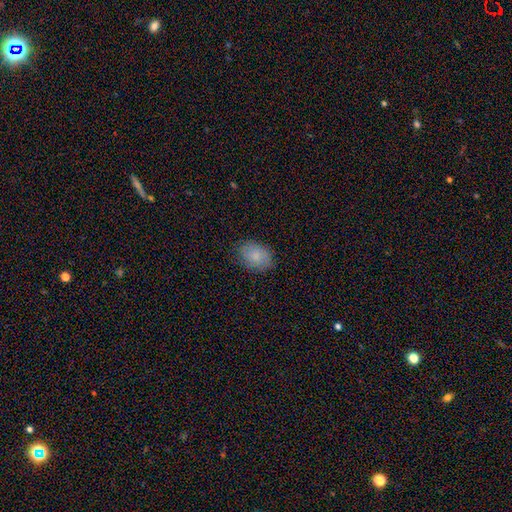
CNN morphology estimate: Q: Smooth or featured?
A: smooth (83%); runner-up: featured or disk (10%)
Q: How rounded?
A: in between (73%); runner-up: round (26%)
Q: Merging?
A: none (81%); runner-up: minor disturbance (15%)